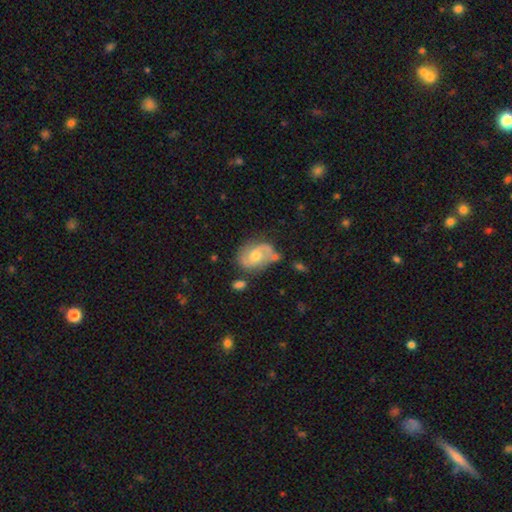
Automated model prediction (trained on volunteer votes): Q: Smooth or featured?
A: featured or disk (66%); runner-up: smooth (27%)
Q: Edge-on disk?
A: no (97%); runner-up: yes (3%)
Q: Bar?
A: no (59%); runner-up: weak (34%)
Q: Spiral arms?
A: yes (85%); runner-up: no (15%)
Q: Spiral winding?
A: medium (46%); runner-up: loose (30%)
Q: Spiral arm count?
A: 2 (81%); runner-up: can't tell (11%)
Q: Bulge size?
A: moderate (64%); runner-up: small (30%)
Q: Merging?
A: none (57%); runner-up: minor disturbance (24%)